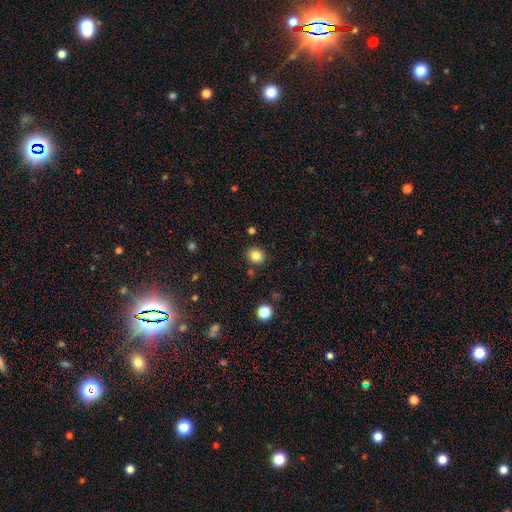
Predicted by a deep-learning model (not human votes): Smooth or featured: smooth — 82% (star or artifact — 11%)
How rounded: round — 73% (in between — 27%)
Merging: none — 86% (minor disturbance — 9%)